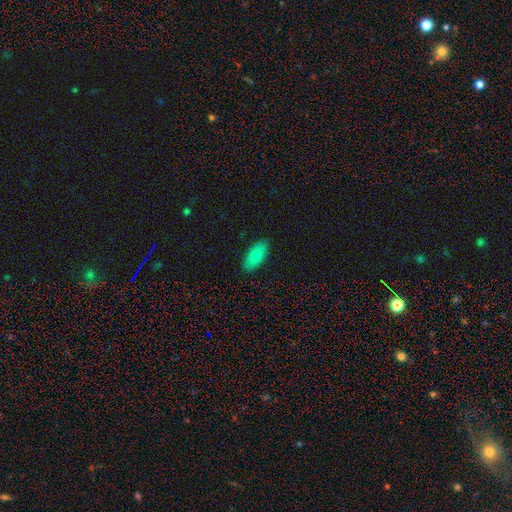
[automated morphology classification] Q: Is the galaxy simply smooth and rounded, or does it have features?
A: smooth — 83%.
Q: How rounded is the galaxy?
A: in between — 90%.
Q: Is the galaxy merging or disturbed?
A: none — 89%.